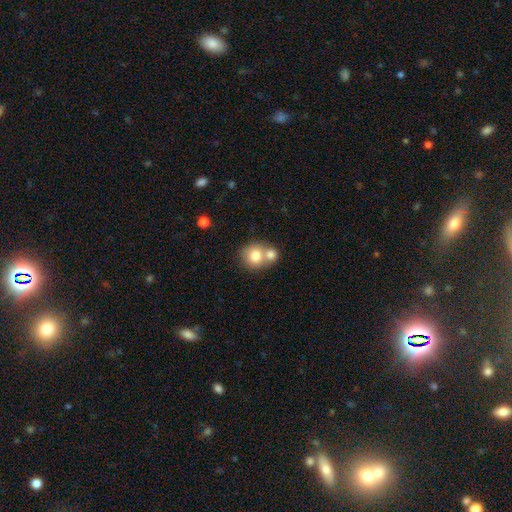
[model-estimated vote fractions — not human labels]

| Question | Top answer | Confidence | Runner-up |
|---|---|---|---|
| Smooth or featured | smooth | 77% | featured or disk (14%) |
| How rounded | round | 79% | in between (20%) |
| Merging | merger | 54% | none (36%) |